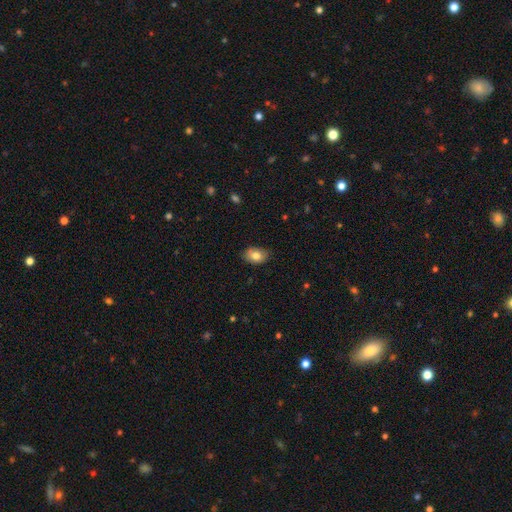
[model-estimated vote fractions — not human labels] Smooth or featured?
  - smooth: 82% *
  - featured or disk: 11%
  - star or artifact: 8%
How rounded?
  - in between: 84% *
  - round: 14%
  - cigar-shaped: 1%
Merging?
  - none: 84% *
  - minor disturbance: 13%
  - major disturbance: 2%
  - merger: 1%